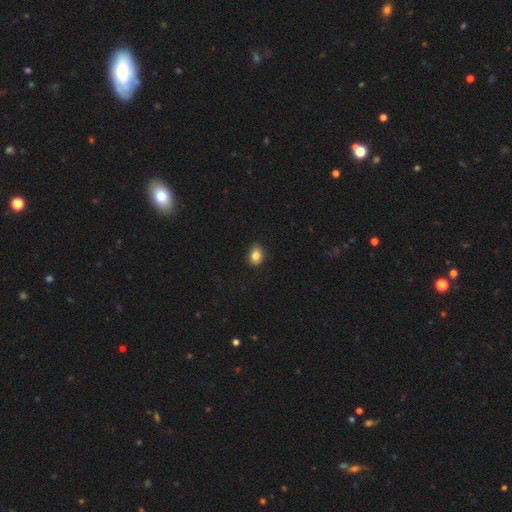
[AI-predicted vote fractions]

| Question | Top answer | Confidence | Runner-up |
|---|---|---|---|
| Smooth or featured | smooth | 85% | star or artifact (9%) |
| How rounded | in between | 64% | round (35%) |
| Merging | none | 85% | minor disturbance (11%) |